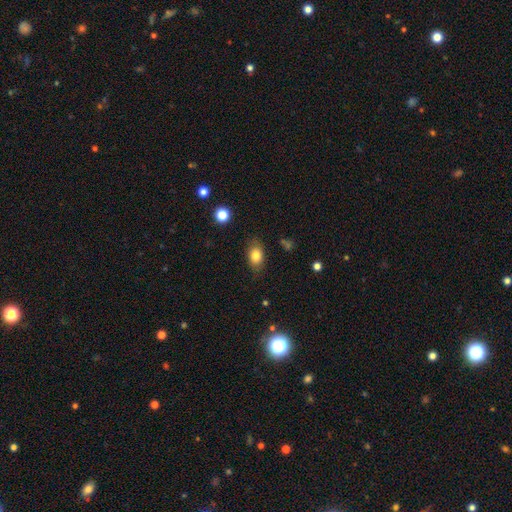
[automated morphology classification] type=smooth (81%); roundness=in between (78%); merging=none (80%).